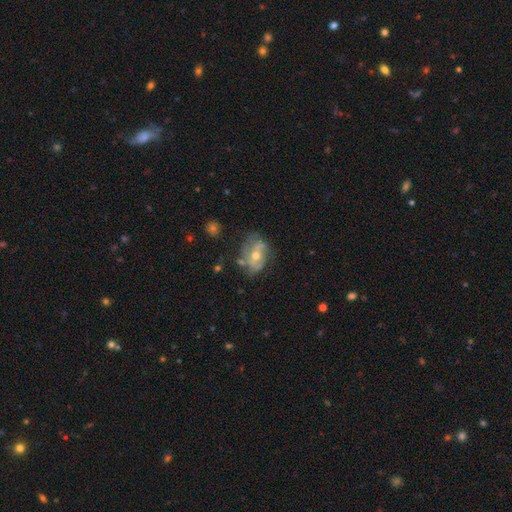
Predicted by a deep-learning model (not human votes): The model was most divided on "merging": none: 58%, minor disturbance: 25%, major disturbance: 13%, merger: 4%. More confident: edge-on disk — no (95%); spiral arms — yes (71%); smooth or featured — featured or disk (69%); bulge size — moderate (66%); bar — no (62%).